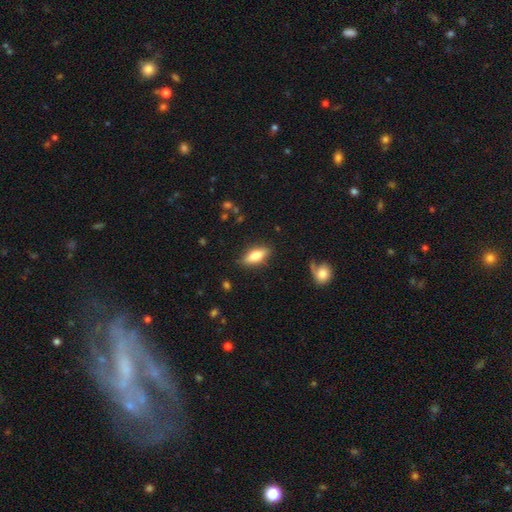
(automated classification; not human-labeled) Smooth or featured? Predicted: smooth (p=0.66). How rounded? Predicted: in between (p=0.72). Merging? Predicted: none (p=0.84).